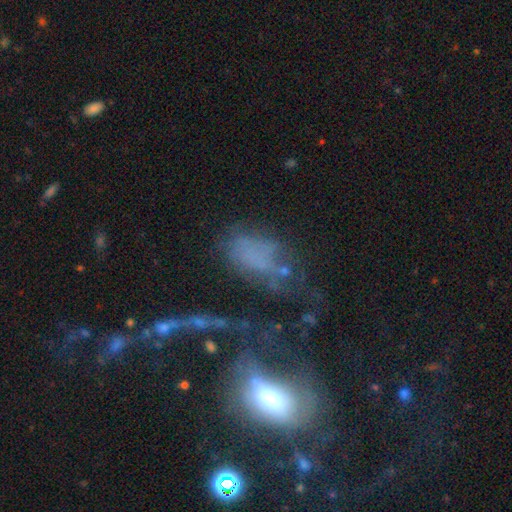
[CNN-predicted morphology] Q: Smooth or featured?
A: smooth (48%); runner-up: featured or disk (31%)
Q: Merging?
A: major disturbance (32%); tied with: none (32%)